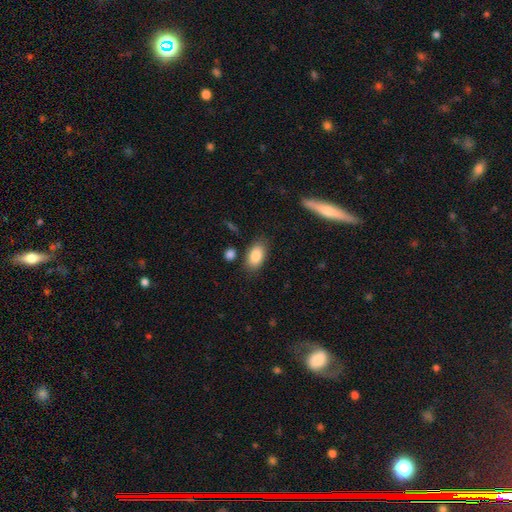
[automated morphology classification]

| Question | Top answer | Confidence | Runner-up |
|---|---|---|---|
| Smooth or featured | smooth | 86% | featured or disk (7%) |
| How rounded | in between | 92% | round (6%) |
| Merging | none | 80% | minor disturbance (13%) |